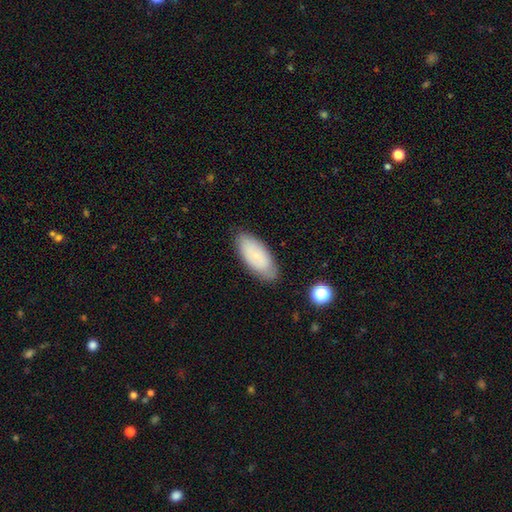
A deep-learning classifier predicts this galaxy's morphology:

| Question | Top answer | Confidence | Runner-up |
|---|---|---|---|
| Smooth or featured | smooth | 69% | featured or disk (24%) |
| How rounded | in between | 88% | cigar-shaped (10%) |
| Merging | none | 79% | minor disturbance (16%) |